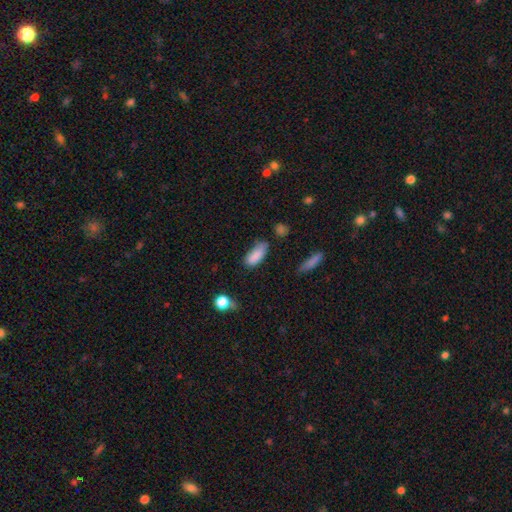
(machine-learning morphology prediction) Q: Smooth or featured?
A: smooth (86%); runner-up: star or artifact (8%)
Q: How rounded?
A: in between (81%); runner-up: cigar-shaped (16%)
Q: Merging?
A: none (58%); runner-up: minor disturbance (30%)